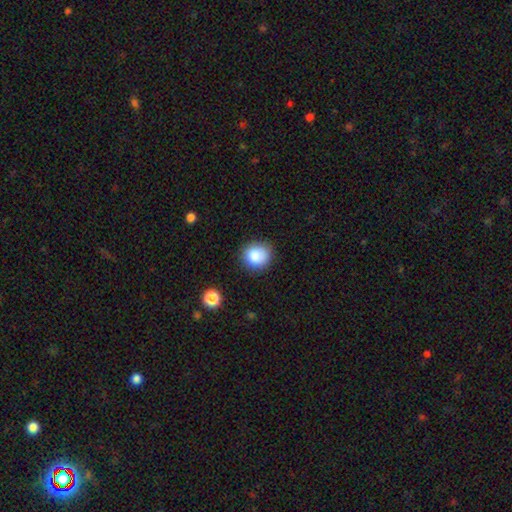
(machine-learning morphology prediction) Overall: smooth (86%). How rounded: round (83%). Merging: none (83%).